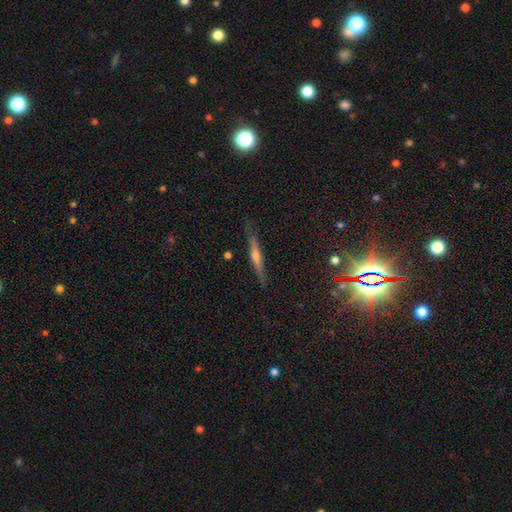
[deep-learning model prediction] Overall: featured or disk (68%). Edge-on disk: yes (97%). Edge-on bulge: rounded (79%). Merging: none (87%).